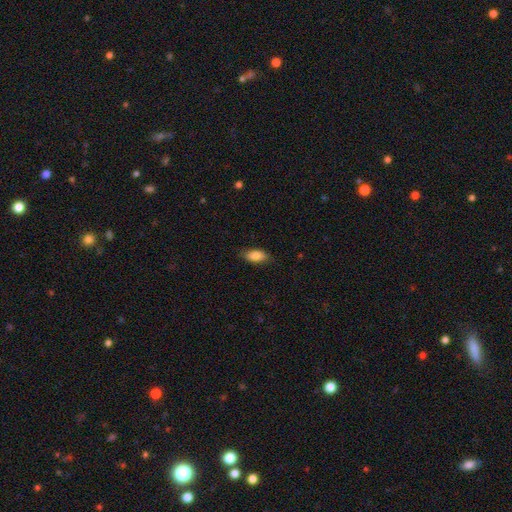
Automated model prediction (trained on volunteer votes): This is clearly a smooth galaxy (84%). How rounded: clearly in between (89%). Merging: clearly none (82%).